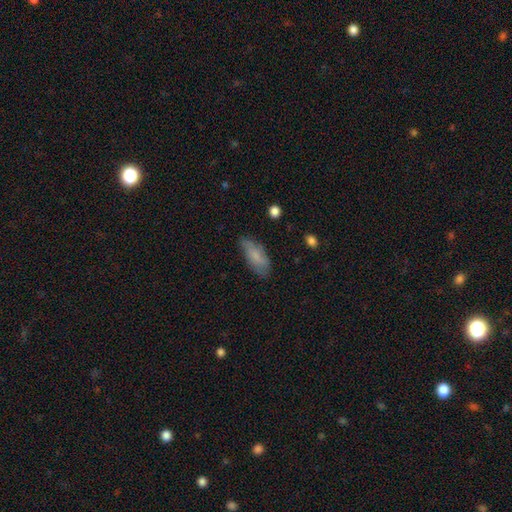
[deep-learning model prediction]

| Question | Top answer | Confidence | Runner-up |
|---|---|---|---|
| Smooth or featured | smooth | 72% | featured or disk (21%) |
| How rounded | in between | 77% | cigar-shaped (21%) |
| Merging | none | 68% | minor disturbance (24%) |